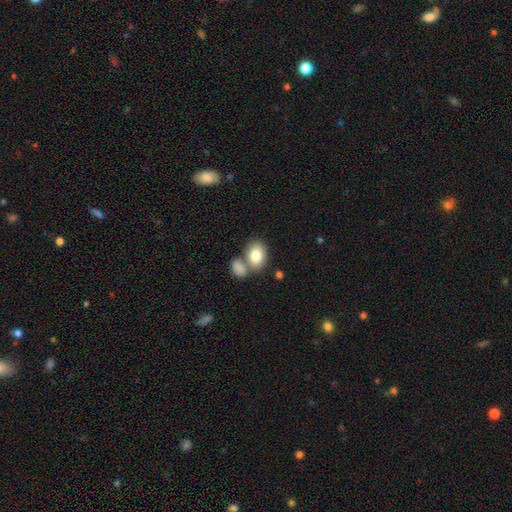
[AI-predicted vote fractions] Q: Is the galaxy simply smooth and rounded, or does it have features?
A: smooth — 82%.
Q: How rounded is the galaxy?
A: in between — 80%.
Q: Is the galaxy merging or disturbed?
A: none — 47%.